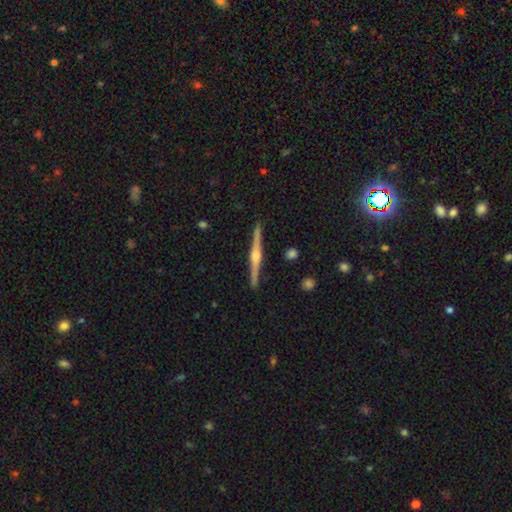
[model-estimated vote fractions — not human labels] The model was most divided on "smooth or featured": featured or disk: 84%, smooth: 11%, star or artifact: 5%. More confident: edge-on disk — yes (99%); merging — none (92%); edge-on bulge — rounded (86%).